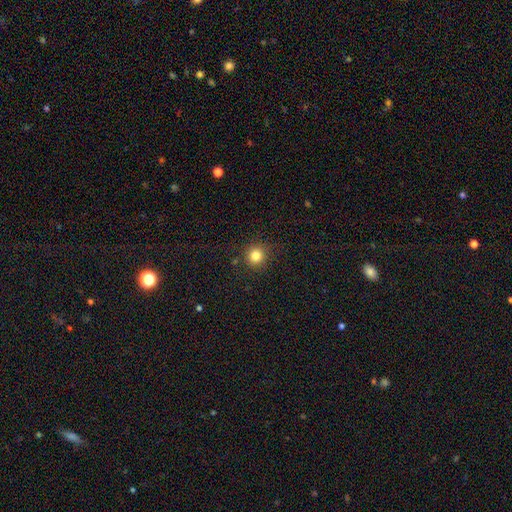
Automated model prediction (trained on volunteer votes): Smooth or featured: smooth — 83% (star or artifact — 12%)
How rounded: round — 92% (in between — 7%)
Merging: none — 87% (minor disturbance — 8%)